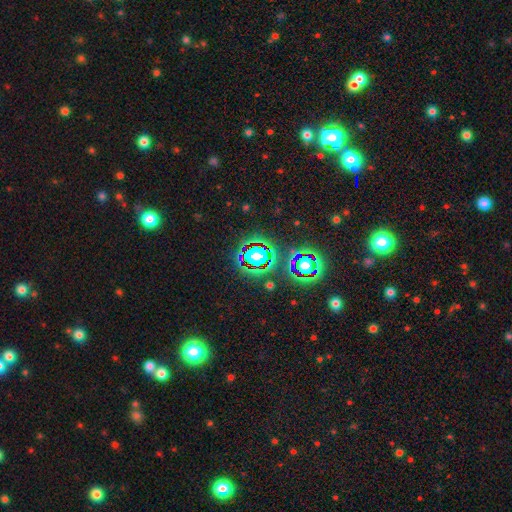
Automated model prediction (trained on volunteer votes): This appears to be a star or artifact, not a galaxy (59%).